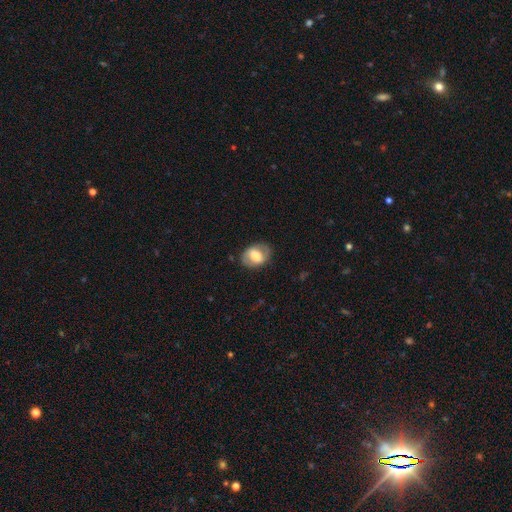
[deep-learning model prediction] Overall: smooth (52%; featured or disk 41%). How rounded: in between (74%). Merging: none (80%).